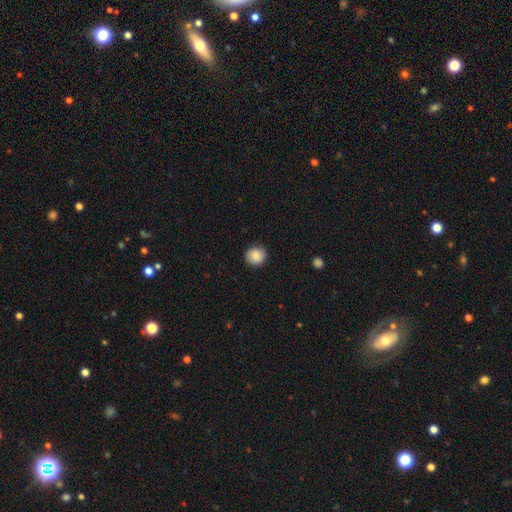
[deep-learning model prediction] This is clearly a smooth galaxy (86%). How rounded: clearly round (88%). Merging: clearly none (88%).